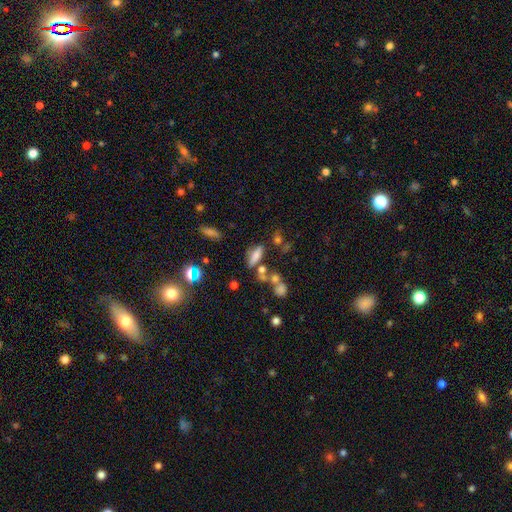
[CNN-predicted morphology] Overall: smooth (65%). How rounded: in between (57%; cigar-shaped 36%). Merging: none (58%; merger 18%).